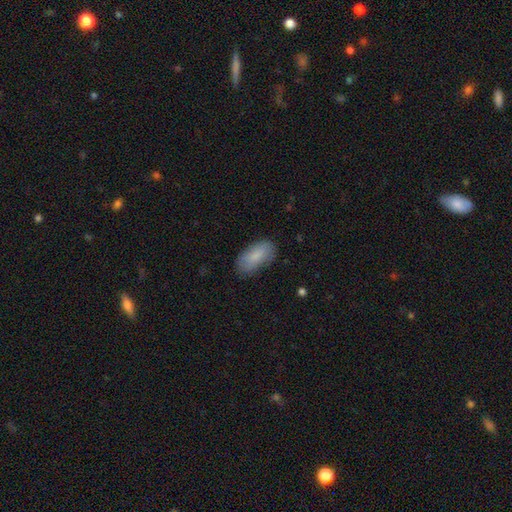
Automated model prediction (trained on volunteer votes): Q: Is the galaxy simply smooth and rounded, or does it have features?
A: smooth — 84%.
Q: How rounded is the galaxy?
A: in between — 89%.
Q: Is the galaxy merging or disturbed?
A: none — 78%.